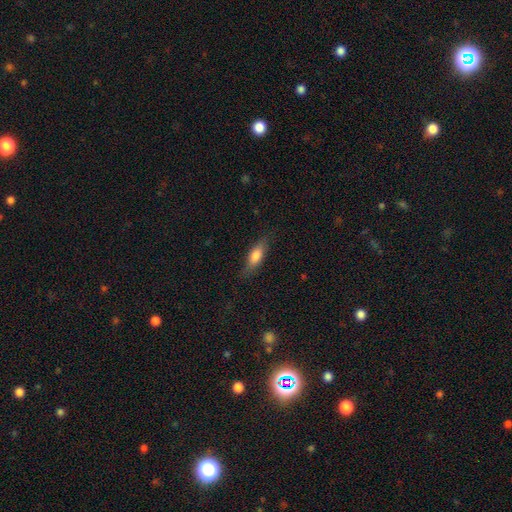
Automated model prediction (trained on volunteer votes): smooth_or_featured: smooth (p=0.72) [alt: featured or disk p=0.21]
how_rounded: in between (p=0.60) [alt: cigar-shaped p=0.37]
merging: none (p=0.78) [alt: minor disturbance p=0.16]